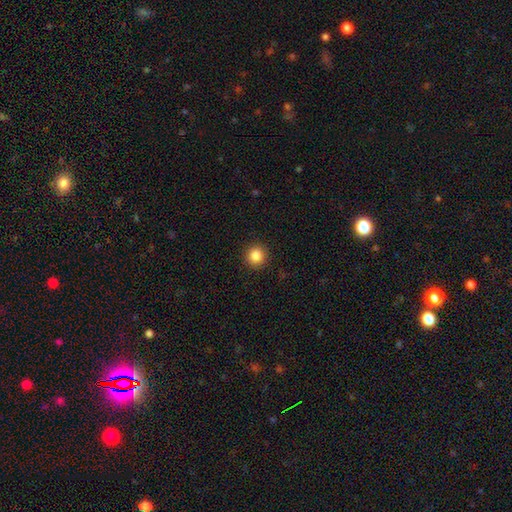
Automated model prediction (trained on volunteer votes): Overall: smooth (86%). How rounded: round (94%). Merging: none (92%).